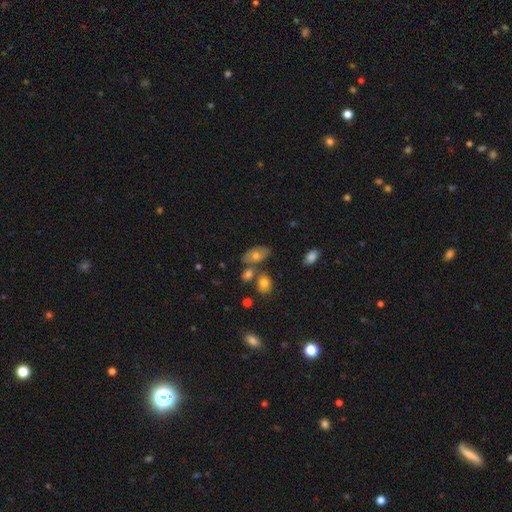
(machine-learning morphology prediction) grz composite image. It shows a smooth galaxy with no disk features (64%) that is in between round and cigar-shaped (88%). Merging: none (58%).